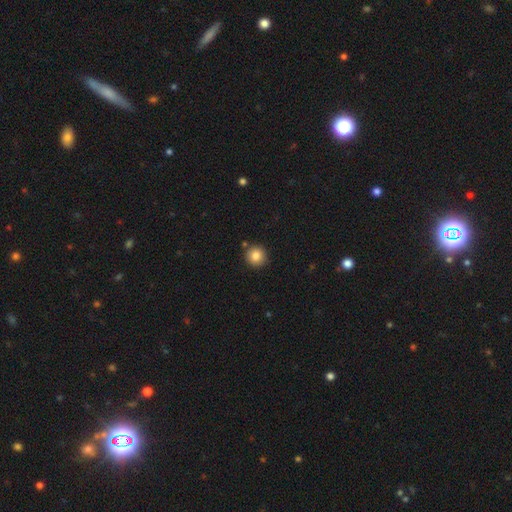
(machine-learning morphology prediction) A smooth galaxy with no disk features (84%) that is round (94%).

Vote fractions:
- Smooth or featured? smooth: 84% / star or artifact: 10% / featured or disk: 6%
- How rounded? round: 94% / in between: 5% / cigar-shaped: 1%
- Merging? none: 86% / minor disturbance: 8% / merger: 4% / major disturbance: 2%